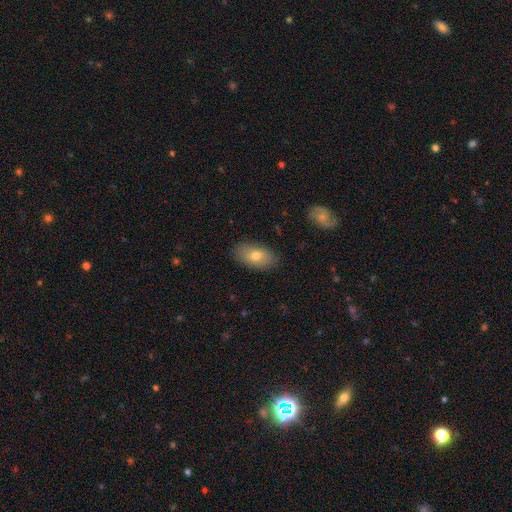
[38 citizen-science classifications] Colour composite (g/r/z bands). It shows a smooth galaxy with no disk features (87%) that is in between round and cigar-shaped (100%). Merging: none (84%).